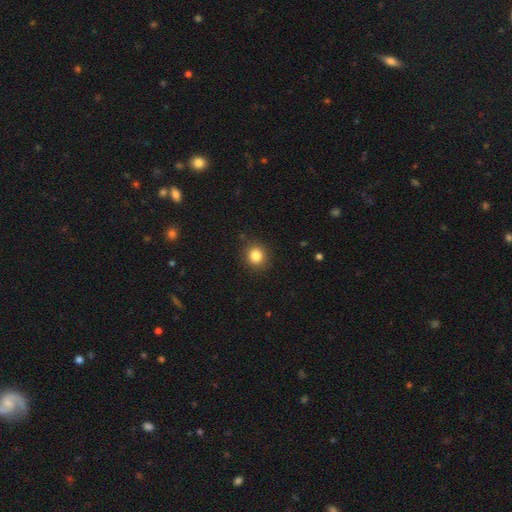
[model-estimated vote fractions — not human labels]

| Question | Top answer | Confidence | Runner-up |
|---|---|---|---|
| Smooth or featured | smooth | 84% | star or artifact (11%) |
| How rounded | round | 84% | in between (15%) |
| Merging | none | 88% | minor disturbance (8%) |